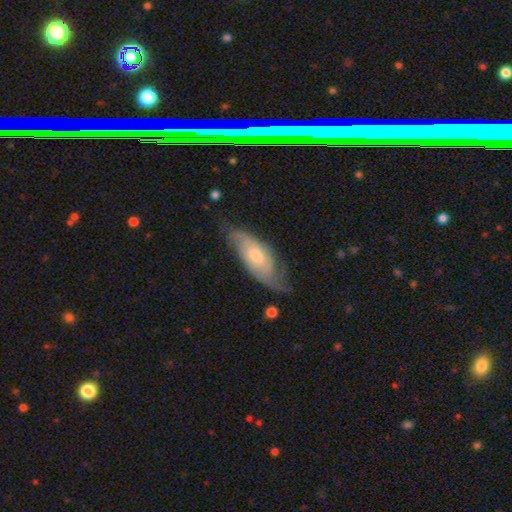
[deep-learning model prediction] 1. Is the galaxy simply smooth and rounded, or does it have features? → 61% featured or disk, 33% smooth, 6% star or artifact.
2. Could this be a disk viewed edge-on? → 85% no, 15% yes.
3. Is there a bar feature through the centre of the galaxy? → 73% no, 23% weak, 4% strong.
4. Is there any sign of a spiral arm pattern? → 86% yes, 14% no.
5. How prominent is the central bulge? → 48% moderate, 42% small, 5% large, 4% none, 1% dominant.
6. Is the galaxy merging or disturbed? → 60% none, 28% minor disturbance, 11% major disturbance, 2% merger.